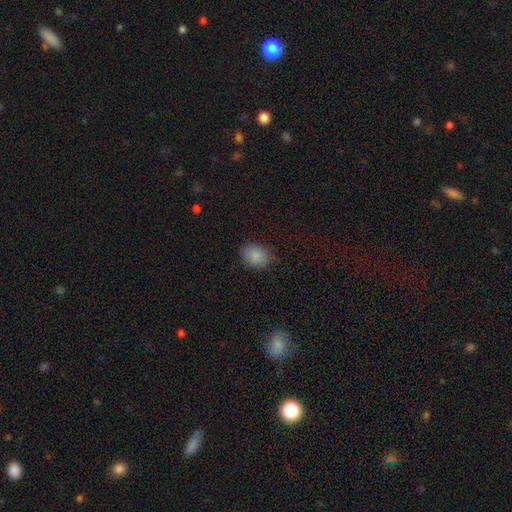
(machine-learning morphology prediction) Smooth or featured: smooth — 87% (star or artifact — 9%)
How rounded: in between — 55% (round — 45%)
Merging: none — 81% (minor disturbance — 15%)